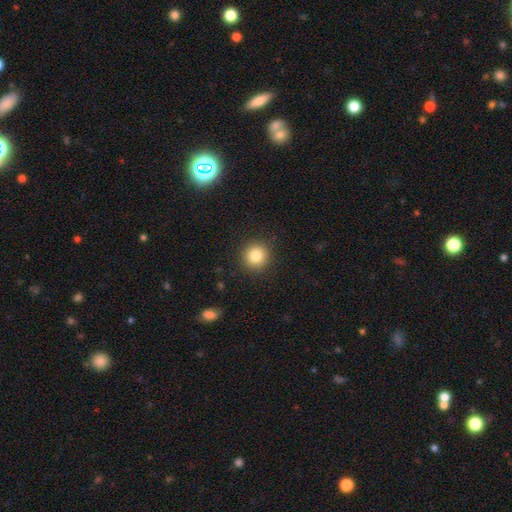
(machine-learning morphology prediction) Smooth or featured? Predicted: smooth (p=0.83). How rounded? Predicted: round (p=0.93). Merging? Predicted: none (p=0.90).